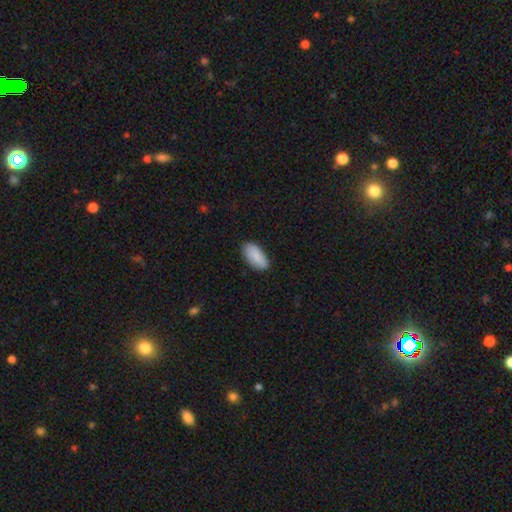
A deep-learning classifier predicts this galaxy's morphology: Smooth or featured: smooth — 87% (featured or disk — 7%)
How rounded: in between — 90% (cigar-shaped — 8%)
Merging: none — 81% (minor disturbance — 15%)